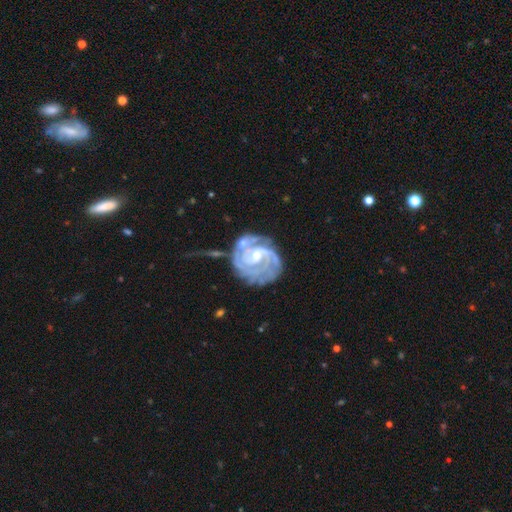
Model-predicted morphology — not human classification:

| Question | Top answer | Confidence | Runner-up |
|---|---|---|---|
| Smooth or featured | featured or disk | 89% | smooth (6%) |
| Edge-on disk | no | 98% | yes (2%) |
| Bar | weak | 47% | no (40%) |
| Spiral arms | yes | 96% | no (4%) |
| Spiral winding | tight | 65% | medium (29%) |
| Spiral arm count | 2 | 40% | can't tell (22%) |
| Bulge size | small | 46% | moderate (45%) |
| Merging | none | 51% | minor disturbance (21%) |